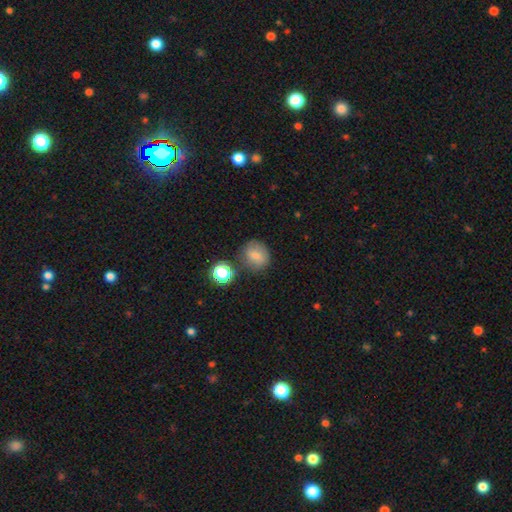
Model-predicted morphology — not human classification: type=smooth (76%); roundness=round (74%); merging=none (69%).